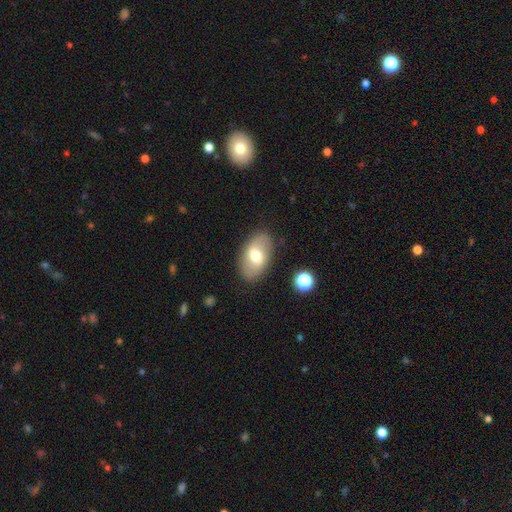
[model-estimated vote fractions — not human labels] This is possibly a smooth galaxy (57%). How rounded: clearly in between (91%). Merging: clearly none (83%).